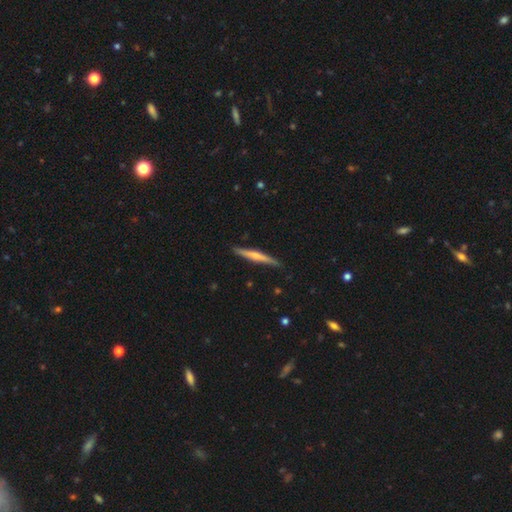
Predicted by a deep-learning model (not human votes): A featured or disk galaxy (53%) viewed edge-on (96%) with a rounded central bulge (65%).

Vote fractions:
- Smooth or featured? featured or disk: 53% / smooth: 41% / star or artifact: 5%
- Edge-on disk? yes: 96% / no: 4%
- Edge-on bulge? rounded: 65% / none: 26% / boxy: 9%
- Merging? none: 86% / minor disturbance: 11% / major disturbance: 2% / merger: 1%